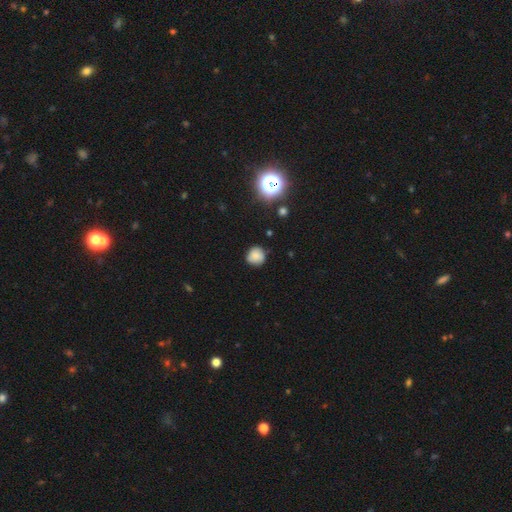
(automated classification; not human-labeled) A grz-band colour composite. It shows a smooth galaxy with no disk features (76%) that is round (89%). Merging: none (80%).